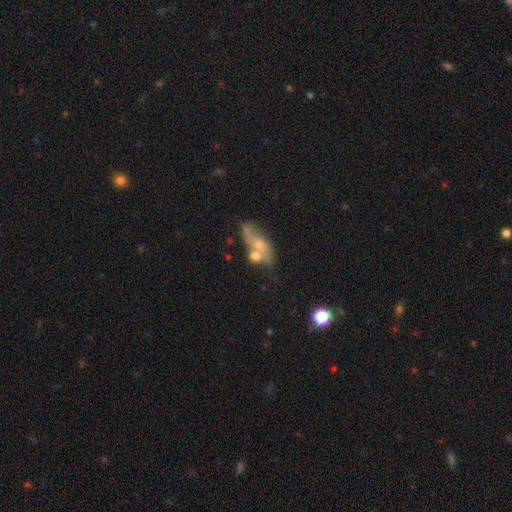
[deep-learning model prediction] smooth-or-featured: featured or disk: 47% | smooth: 44% | star or artifact: 9%
  merging: merger: 43% | none: 30% | minor disturbance: 15% | major disturbance: 12%